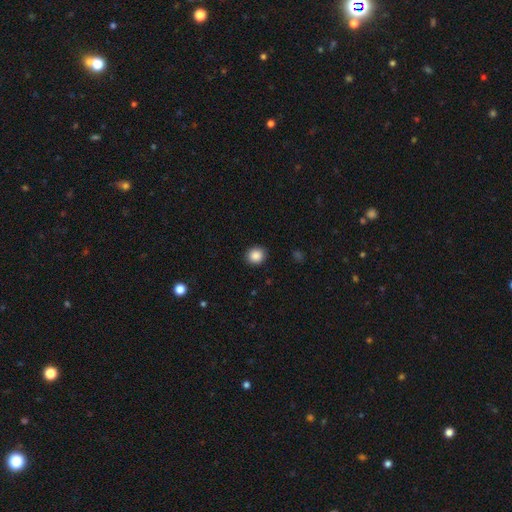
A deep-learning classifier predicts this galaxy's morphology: smooth_or_featured: smooth (p=0.88) [alt: star or artifact p=0.09]
how_rounded: round (p=0.85) [alt: in between p=0.14]
merging: none (p=0.91) [alt: minor disturbance p=0.06]